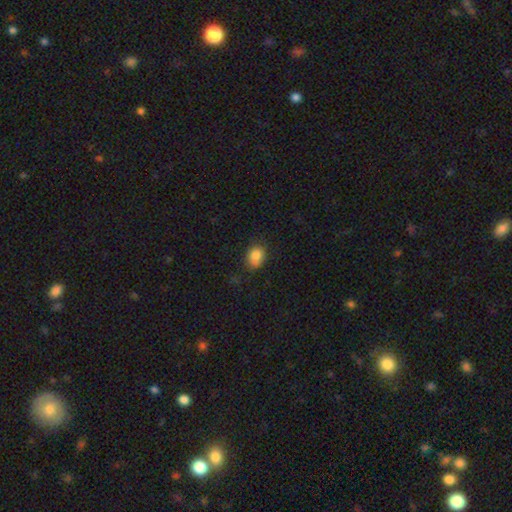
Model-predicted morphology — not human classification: Smooth or featured: smooth — 83% (star or artifact — 10%)
How rounded: in between — 55% (round — 44%)
Merging: none — 68% (minor disturbance — 23%)